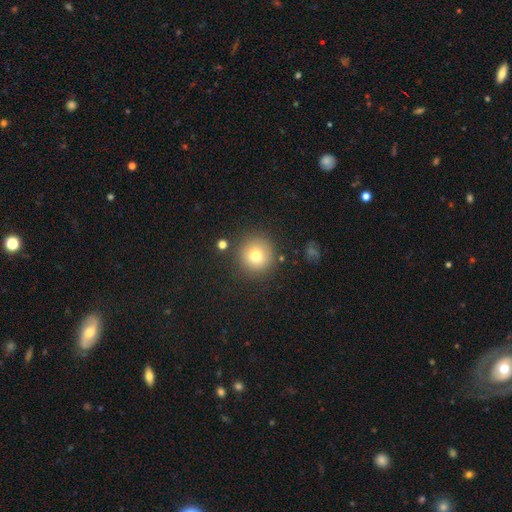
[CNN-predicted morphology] The model was most divided on "smooth or featured": smooth: 76%, star or artifact: 13%, featured or disk: 11%. More confident: how rounded — round (95%); merging — none (85%).